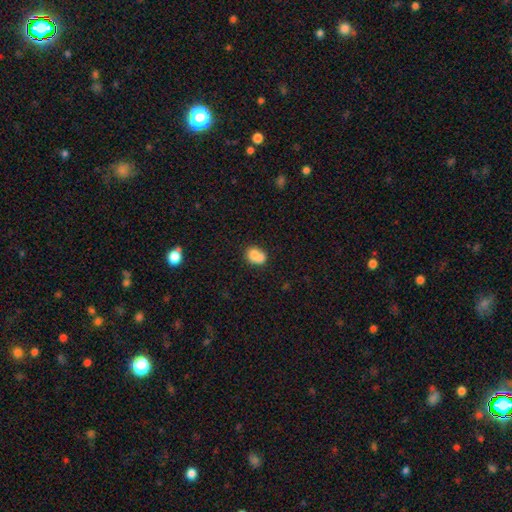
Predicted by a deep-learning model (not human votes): smooth_or_featured: smooth (p=0.73) [alt: featured or disk p=0.18]
how_rounded: round (p=0.59) [alt: in between p=0.40]
merging: merger (p=0.58) [alt: none p=0.28]